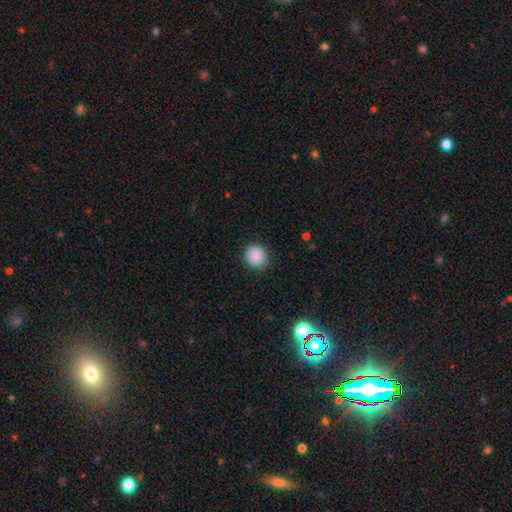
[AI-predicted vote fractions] Q: Smooth or featured?
A: smooth (89%); runner-up: star or artifact (8%)
Q: How rounded?
A: round (85%); runner-up: in between (14%)
Q: Merging?
A: none (88%); runner-up: minor disturbance (9%)